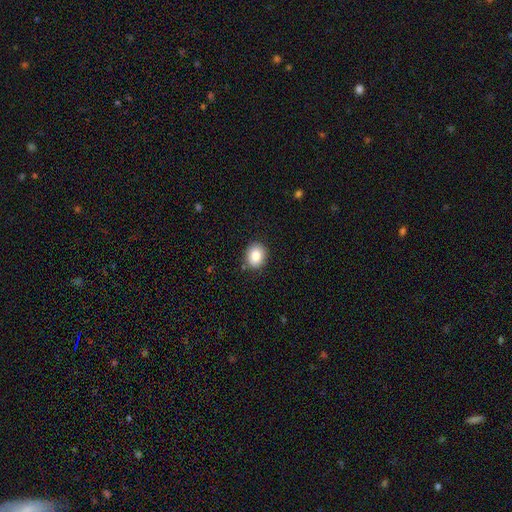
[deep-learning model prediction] Smooth or featured?
  - smooth: 84% *
  - star or artifact: 9%
  - featured or disk: 7%
How rounded?
  - round: 61% *
  - in between: 38%
  - cigar-shaped: 1%
Merging?
  - none: 87% *
  - minor disturbance: 10%
  - major disturbance: 2%
  - merger: 2%